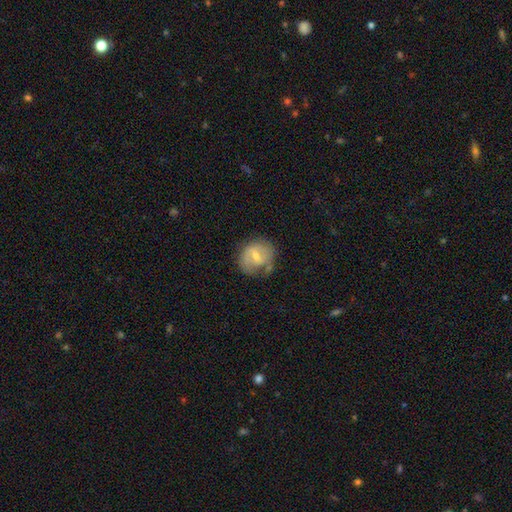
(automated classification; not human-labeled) Q: Smooth or featured?
A: featured or disk (48%); runner-up: smooth (45%)
Q: Merging?
A: none (53%); runner-up: minor disturbance (27%)